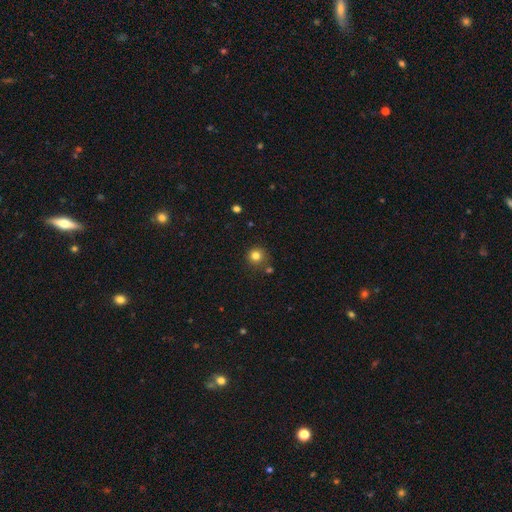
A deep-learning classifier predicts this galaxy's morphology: smooth_or_featured: smooth (p=0.80) [alt: star or artifact p=0.14]
how_rounded: round (p=0.93) [alt: in between p=0.06]
merging: none (p=0.81) [alt: minor disturbance p=0.10]